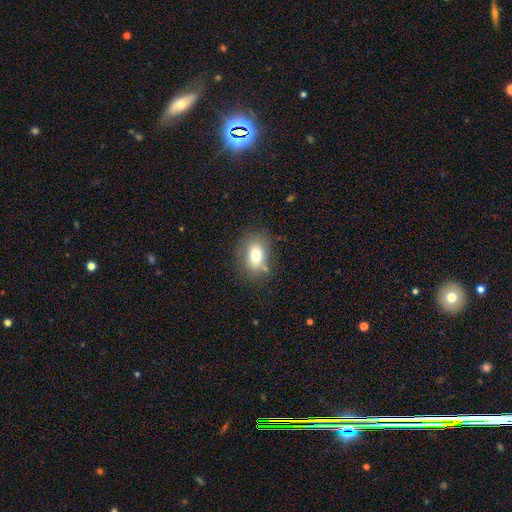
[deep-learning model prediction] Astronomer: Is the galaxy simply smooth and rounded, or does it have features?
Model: smooth — 74%.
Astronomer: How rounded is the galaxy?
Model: in between — 72%.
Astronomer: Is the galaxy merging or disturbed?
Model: none — 75%.